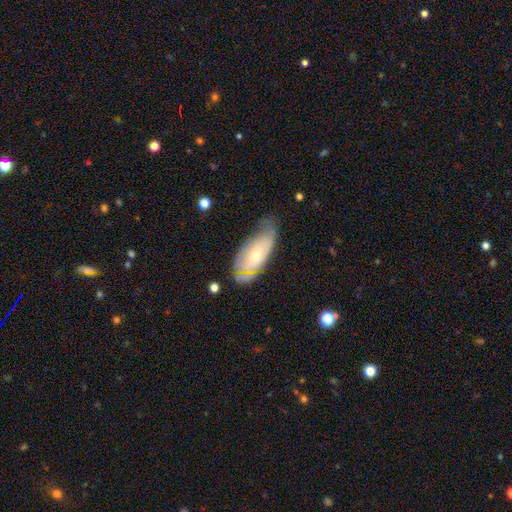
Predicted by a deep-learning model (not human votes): This appears to be a featured or disk galaxy (51%). Merging: none (44%).